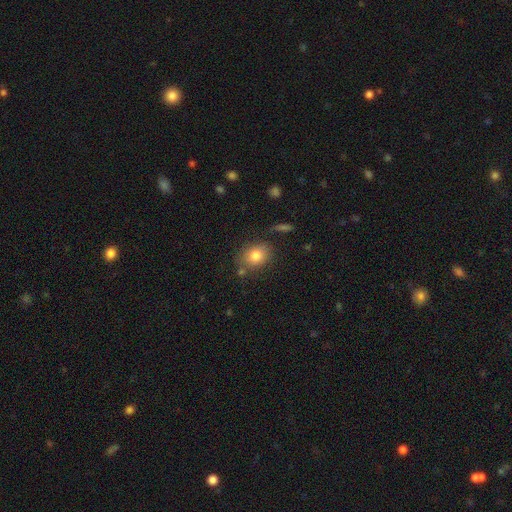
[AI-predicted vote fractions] smooth 80%, featured or disk 11%, star or artifact 10%. Down the decision tree: how rounded — in between (57%); merging — none (75%).